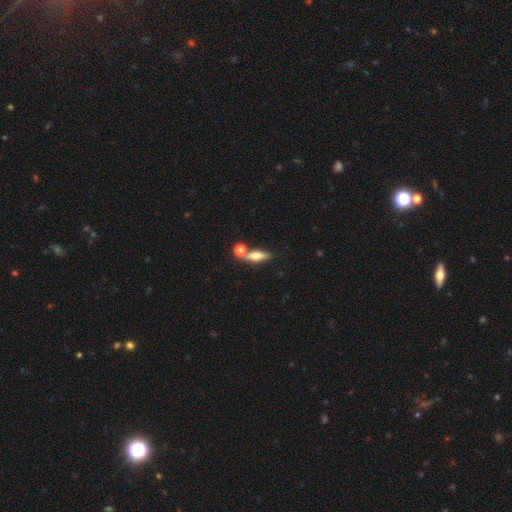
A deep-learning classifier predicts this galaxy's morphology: A smooth galaxy with no disk features (59%) that is in between round and cigar-shaped (48%).

Vote fractions:
- Smooth or featured? smooth: 59% / featured or disk: 32% / star or artifact: 10%
- How rounded? in between: 48% / cigar-shaped: 42% / round: 9%
- Merging? none: 61% / merger: 24% / minor disturbance: 11% / major disturbance: 4%